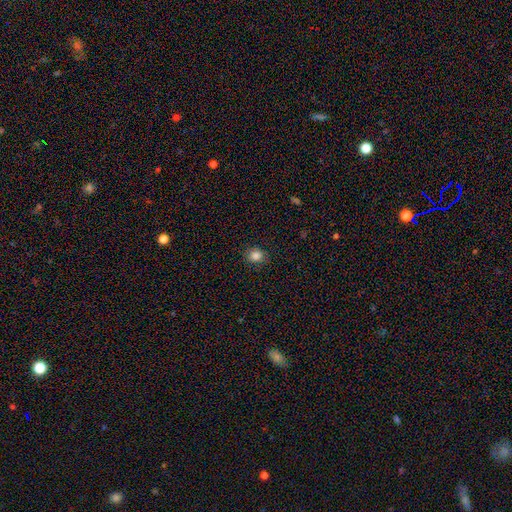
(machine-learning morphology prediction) Smooth or featured?
  - smooth: 85% *
  - star or artifact: 11%
  - featured or disk: 4%
How rounded?
  - round: 76% *
  - in between: 23%
  - cigar-shaped: 1%
Merging?
  - none: 88% *
  - minor disturbance: 9%
  - major disturbance: 2%
  - merger: 1%